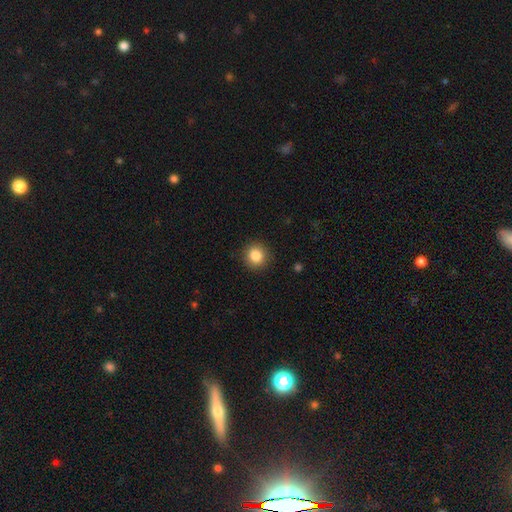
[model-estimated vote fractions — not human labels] smooth 85%, star or artifact 10%, featured or disk 5%. Down the decision tree: how rounded — round (90%); merging — none (91%).